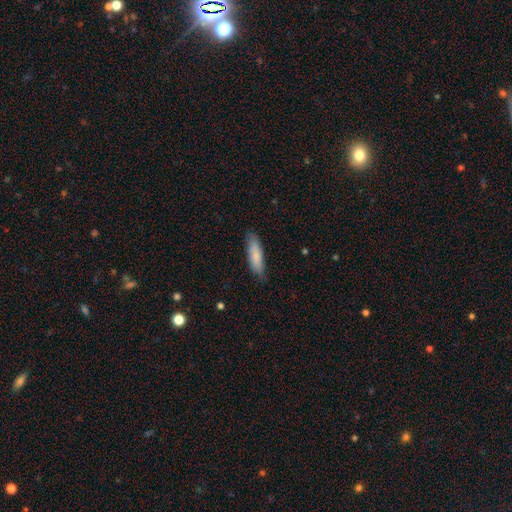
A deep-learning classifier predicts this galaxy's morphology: This appears to be a smooth galaxy with no disk features (81%) that is cigar-shaped (63%). Merging: none (79%).